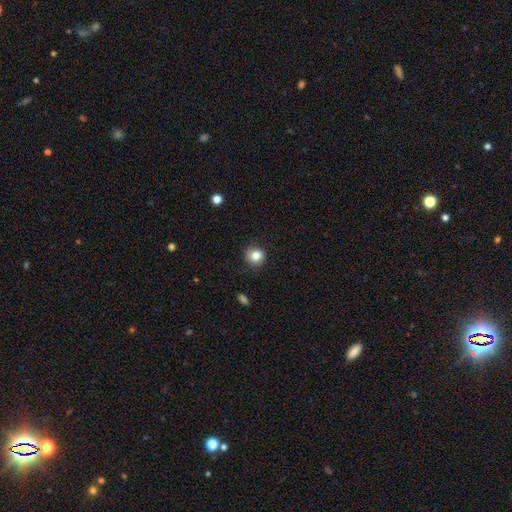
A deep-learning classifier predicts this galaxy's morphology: This is clearly a smooth galaxy (82%). How rounded: clearly round (90%). Merging: clearly none (86%).